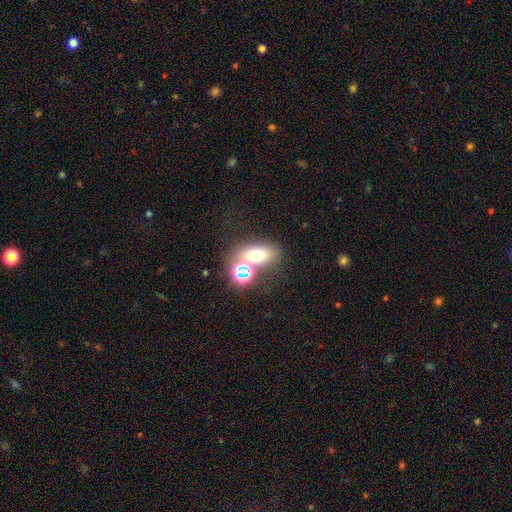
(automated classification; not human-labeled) Smooth or featured? smooth (62%)
How rounded? in between (66%)
Merging? none (56%)